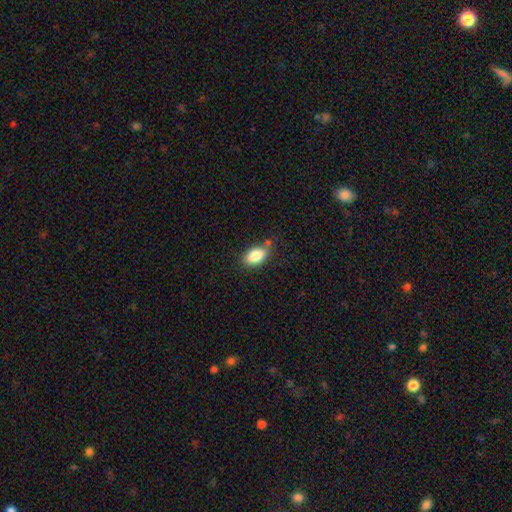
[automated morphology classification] smooth-or-featured: smooth: 85% | star or artifact: 8% | featured or disk: 7%
  how-rounded: in between: 90% | round: 7% | cigar-shaped: 3%
  merging: none: 74% | minor disturbance: 17% | merger: 5% | major disturbance: 4%